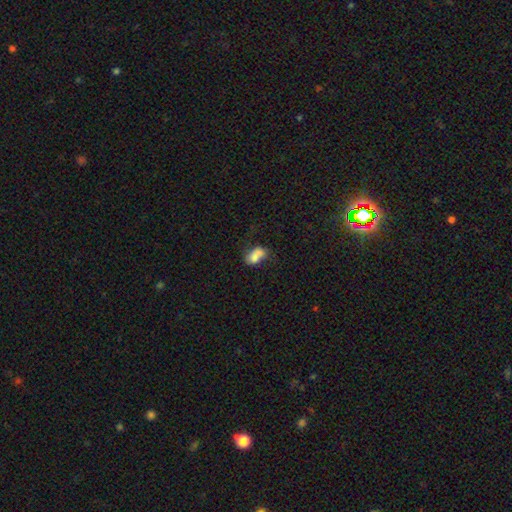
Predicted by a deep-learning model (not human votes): Q: Smooth or featured?
A: smooth (72%); runner-up: featured or disk (18%)
Q: How rounded?
A: in between (84%); runner-up: round (13%)
Q: Merging?
A: none (33%); runner-up: merger (27%)